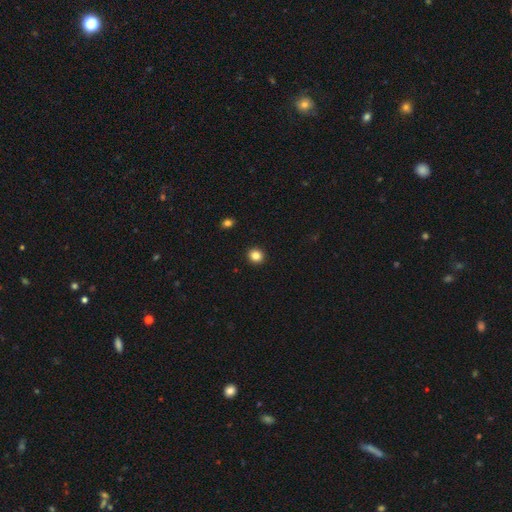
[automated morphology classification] Overall: smooth (84%). How rounded: round (88%). Merging: none (93%).